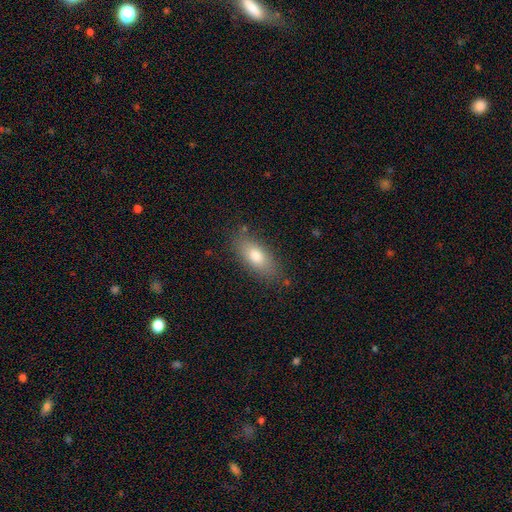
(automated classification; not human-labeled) smooth-or-featured: smooth: 78% | featured or disk: 15% | star or artifact: 7%
  how-rounded: in between: 81% | cigar-shaped: 16% | round: 3%
  merging: none: 82% | minor disturbance: 13% | major disturbance: 3% | merger: 2%